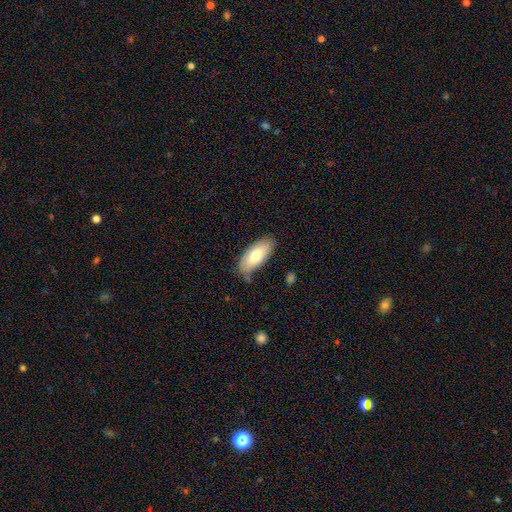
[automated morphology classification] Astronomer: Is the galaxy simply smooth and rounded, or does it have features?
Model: smooth — 75%.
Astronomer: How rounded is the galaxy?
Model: in between — 88%.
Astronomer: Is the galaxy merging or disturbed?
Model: none — 72%.